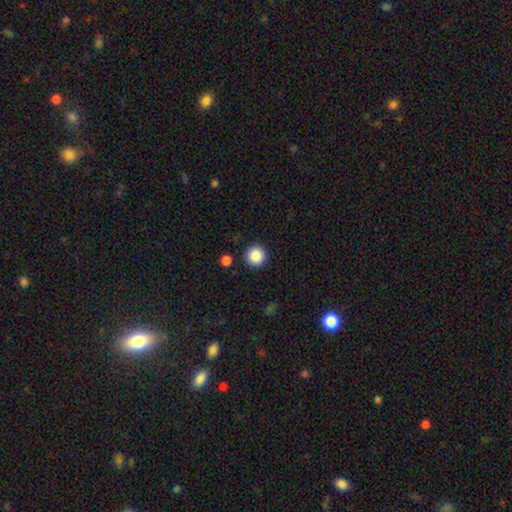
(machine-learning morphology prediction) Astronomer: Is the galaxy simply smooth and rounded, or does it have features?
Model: smooth — 87%.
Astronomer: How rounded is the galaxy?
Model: round — 96%.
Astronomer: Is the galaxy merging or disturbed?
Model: none — 92%.